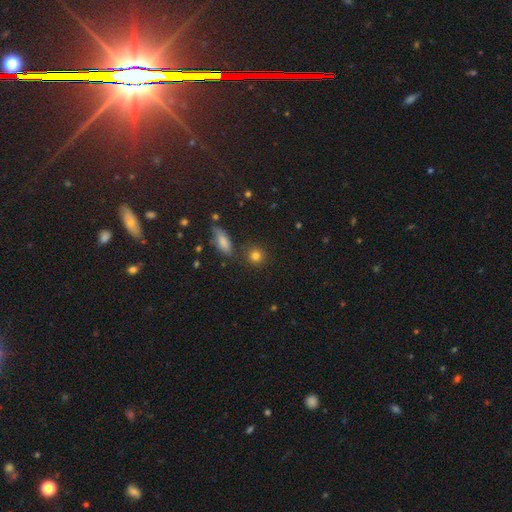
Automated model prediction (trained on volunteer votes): Smooth or featured: smooth — 80% (star or artifact — 12%)
How rounded: round — 87% (in between — 11%)
Merging: none — 83% (minor disturbance — 8%)